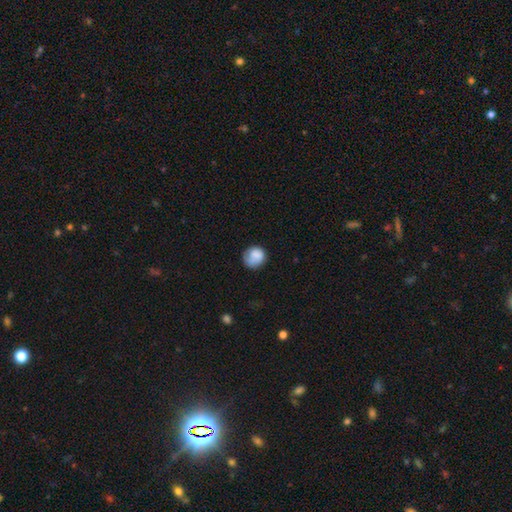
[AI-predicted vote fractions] Smooth or featured: smooth — 78% (featured or disk — 14%)
How rounded: round — 81% (in between — 19%)
Merging: none — 62% (minor disturbance — 25%)